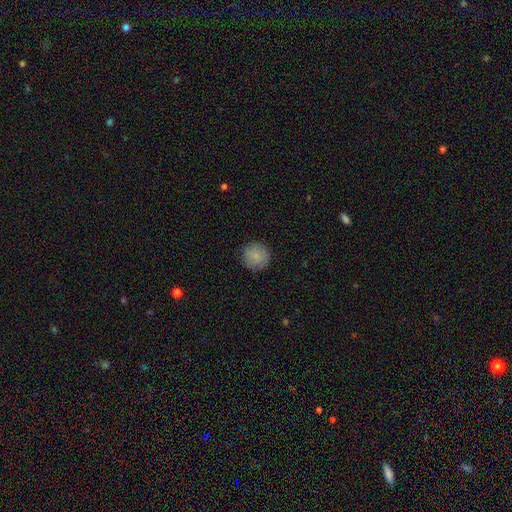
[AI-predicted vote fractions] This is clearly a smooth galaxy (85%). How rounded: clearly round (94%). Merging: clearly none (88%).